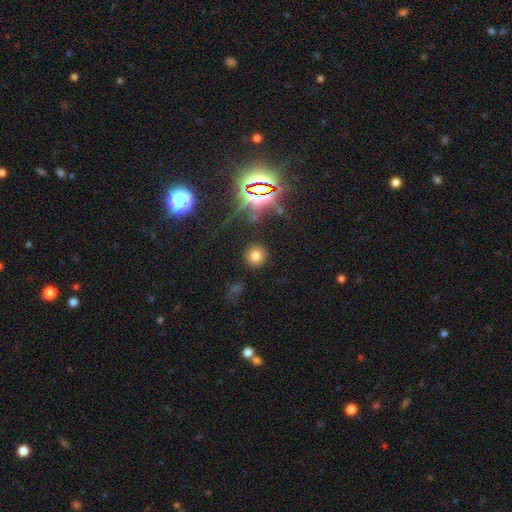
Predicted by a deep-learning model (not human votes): smooth 70%, star or artifact 22%, featured or disk 9%. Down the decision tree: how rounded — round (92%); merging — none (89%).